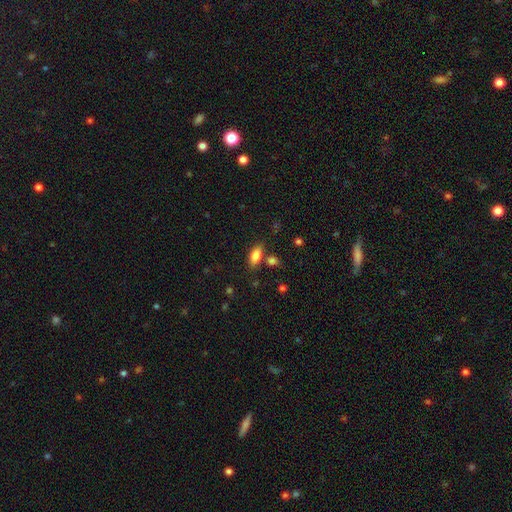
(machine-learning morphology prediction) Overall: smooth (83%). How rounded: in between (87%). Merging: none (75%).